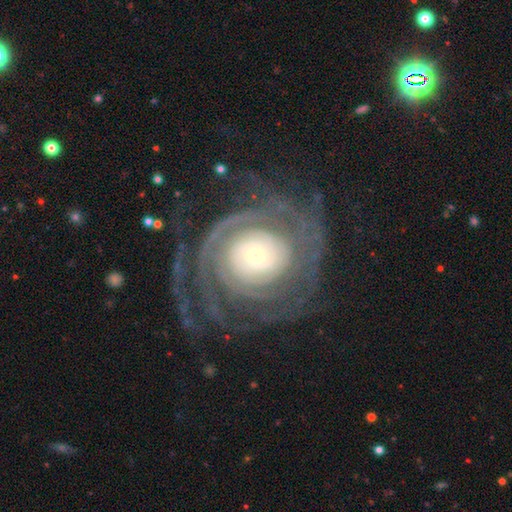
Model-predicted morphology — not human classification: smooth-or-featured: featured or disk: 86% | smooth: 8% | star or artifact: 6%
  disk-edge-on: no: 97% | yes: 3%
    bar: no: 78% | weak: 14% | strong: 8%
    has-spiral-arms: yes: 95% | no: 5%
      spiral-winding: tight: 77% | medium: 17% | loose: 7%
      spiral-arm-count: can't tell: 30% | 2: 24% | 3: 14% | 4: 12% | more than 4: 11% | 1: 9%
    bulge-size: small: 71% | moderate: 17% | large: 8% | dominant: 3% | none: 2%
  merging: none: 69% | major disturbance: 16% | minor disturbance: 13% | merger: 2%